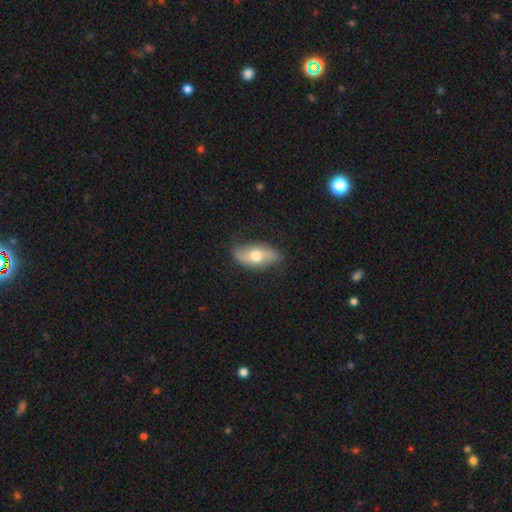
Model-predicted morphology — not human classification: smooth 50%, featured or disk 44%, star or artifact 6%. Down the decision tree: merging — none (76%).